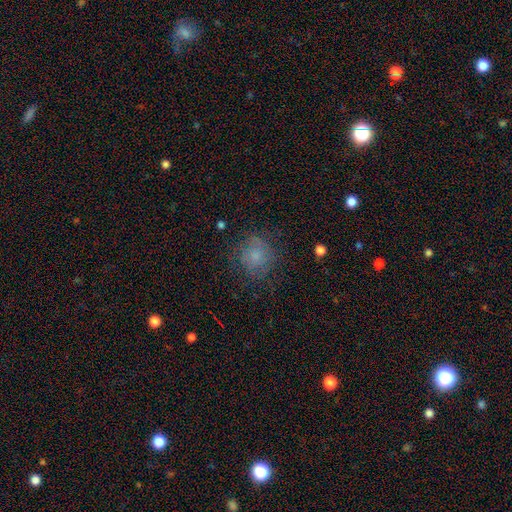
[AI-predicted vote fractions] smooth-or-featured: smooth: 62% | featured or disk: 25% | star or artifact: 12%
  how-rounded: round: 85% | in between: 14% | cigar-shaped: 1%
  merging: none: 70% | minor disturbance: 18% | major disturbance: 10% | merger: 1%